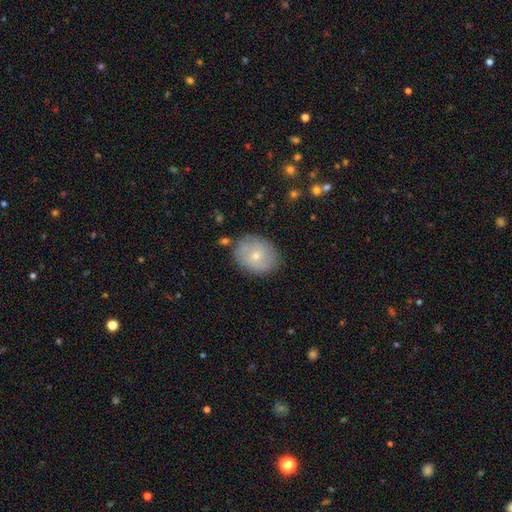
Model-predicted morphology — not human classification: smooth-or-featured: smooth: 59% | featured or disk: 32% | star or artifact: 8%
  how-rounded: round: 62% | in between: 37% | cigar-shaped: 1%
  merging: none: 81% | minor disturbance: 13% | major disturbance: 4% | merger: 2%